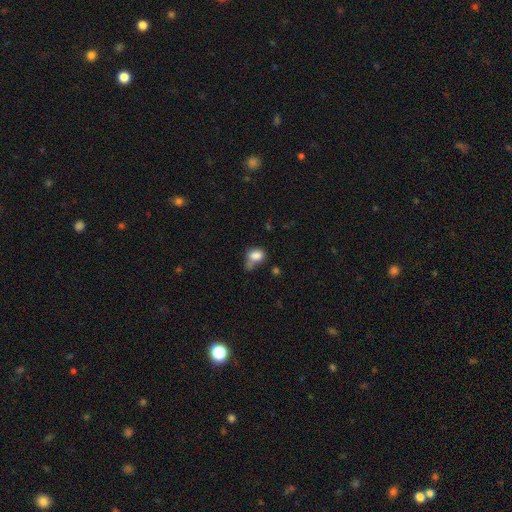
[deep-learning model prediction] The model was most divided on "merging": none: 40%, minor disturbance: 24%, merger: 24%, major disturbance: 12%. More confident: smooth or featured — smooth (82%); how rounded — in between (71%).